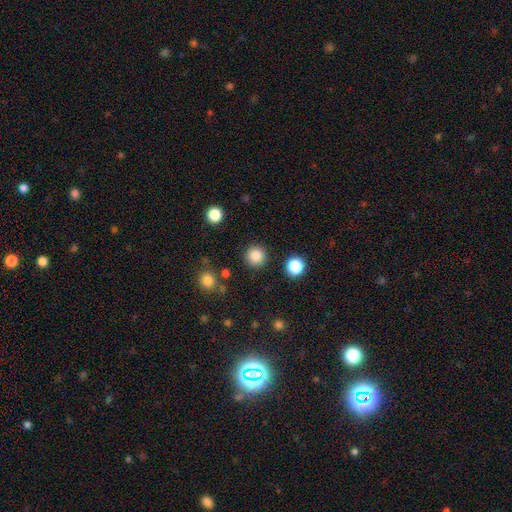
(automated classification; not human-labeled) smooth 85%, star or artifact 11%, featured or disk 4%. Down the decision tree: how rounded — round (96%); merging — none (90%).